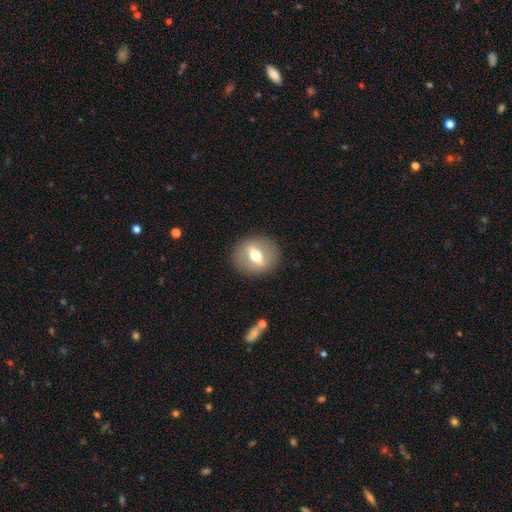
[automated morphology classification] smooth_or_featured: featured or disk (p=0.52) [alt: smooth p=0.40]
disk_edge_on: no (p=0.68) [alt: yes p=0.32]
merging: none (p=0.88) [alt: minor disturbance p=0.08]